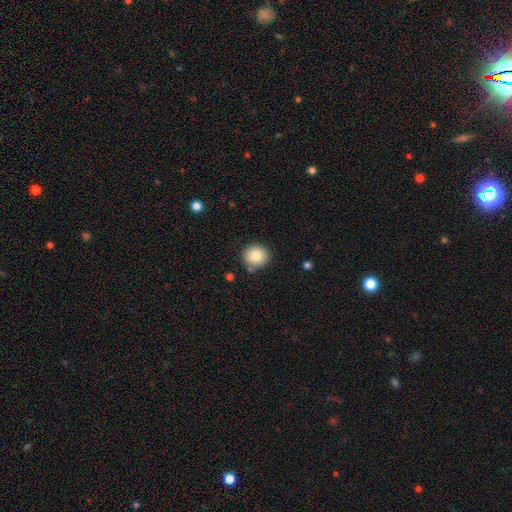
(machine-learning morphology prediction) smooth_or_featured: smooth (p=0.82) [alt: star or artifact p=0.09]
how_rounded: round (p=0.88) [alt: in between p=0.11]
merging: none (p=0.82) [alt: minor disturbance p=0.10]